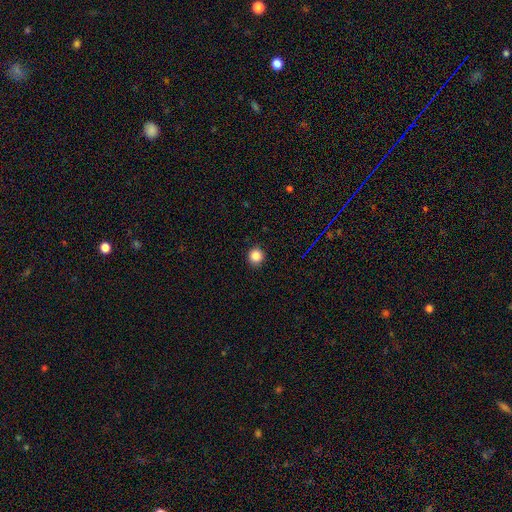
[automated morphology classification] smooth 85%, star or artifact 11%, featured or disk 4%. Down the decision tree: how rounded — round (94%); merging — none (92%).